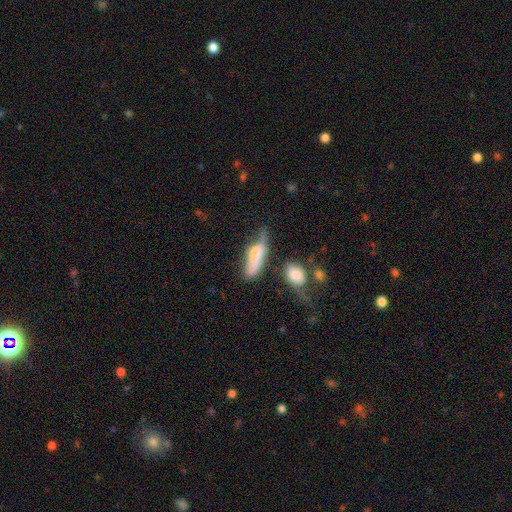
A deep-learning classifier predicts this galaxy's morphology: Smooth or featured? Predicted: smooth (p=0.65). How rounded? Predicted: in between (p=0.59). Merging? Predicted: minor disturbance (p=0.30).